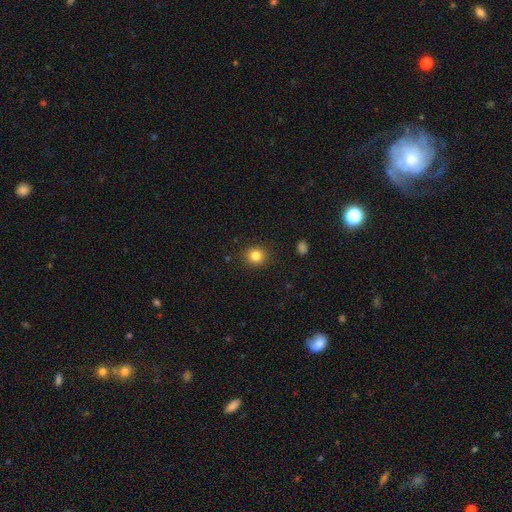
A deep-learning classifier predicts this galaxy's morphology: Overall: smooth (83%). How rounded: round (87%). Merging: none (91%).